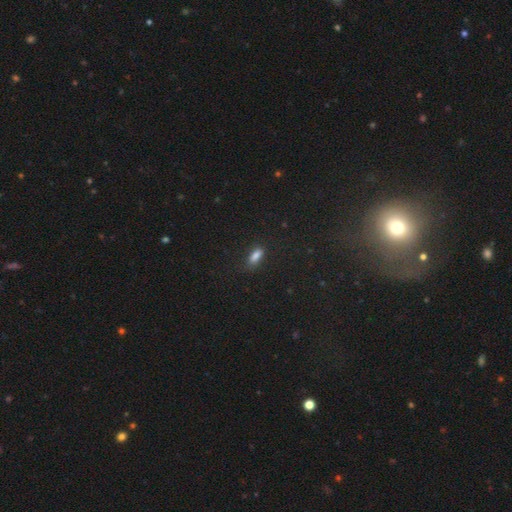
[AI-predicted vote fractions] Smooth or featured? smooth (81%)
How rounded? in between (75%)
Merging? none (74%)